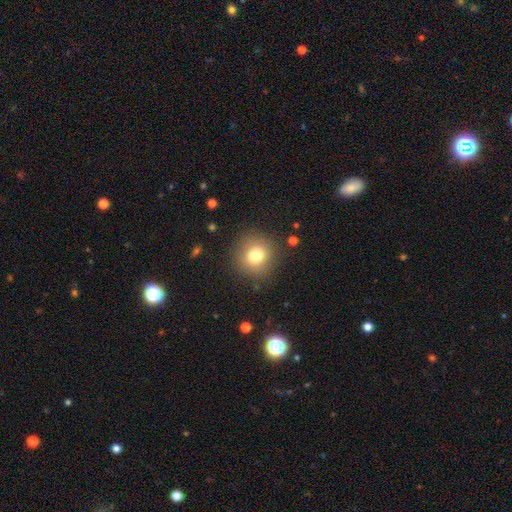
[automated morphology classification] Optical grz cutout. It shows a smooth galaxy with no disk features (77%) that is round (91%). Merging: none (87%).